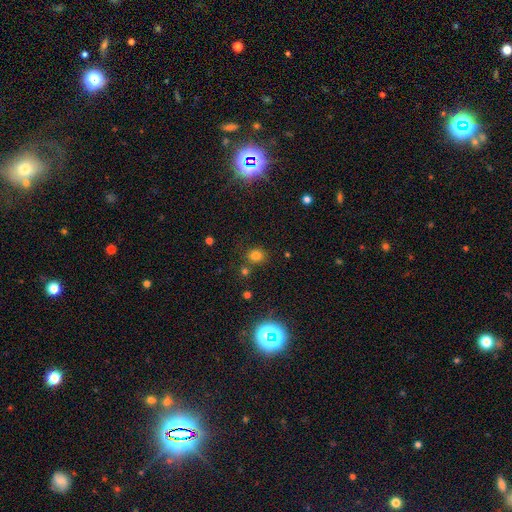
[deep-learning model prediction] Smooth or featured? smooth (72%)
How rounded? round (77%)
Merging? none (76%)